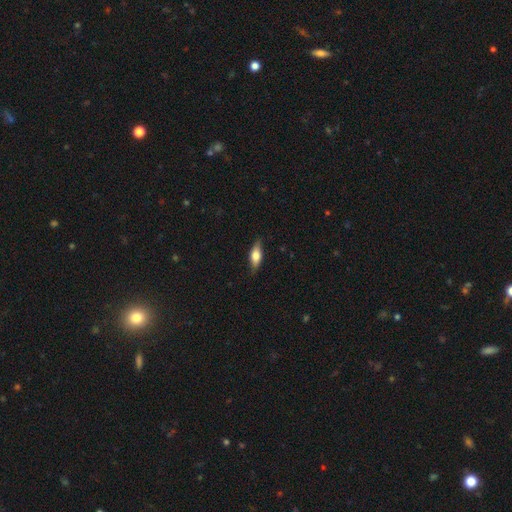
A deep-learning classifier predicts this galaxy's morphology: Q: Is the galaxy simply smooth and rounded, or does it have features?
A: smooth — 61%.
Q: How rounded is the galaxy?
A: in between — 72%.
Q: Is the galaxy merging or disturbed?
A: none — 80%.